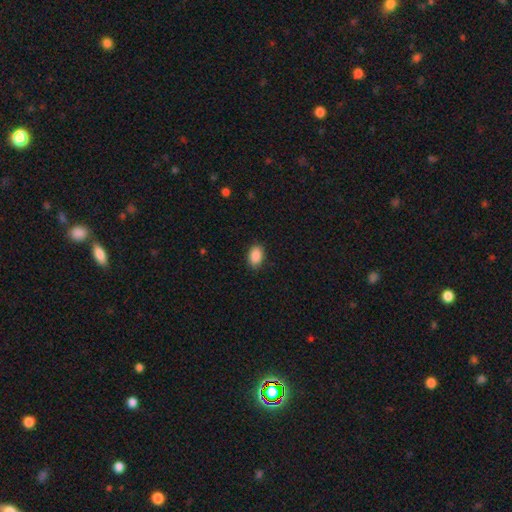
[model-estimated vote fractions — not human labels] This appears to be a smooth galaxy with no disk features (90%) that is in between round and cigar-shaped (87%). Merging: none (88%).